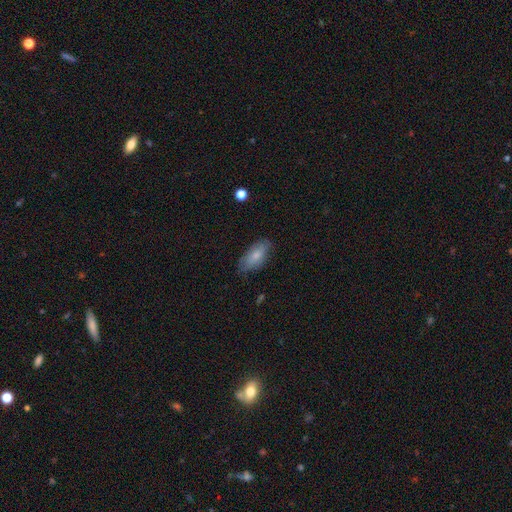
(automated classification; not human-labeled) Smooth or featured: smooth — 76% (featured or disk — 18%)
How rounded: in between — 87% (cigar-shaped — 10%)
Merging: none — 74% (minor disturbance — 21%)